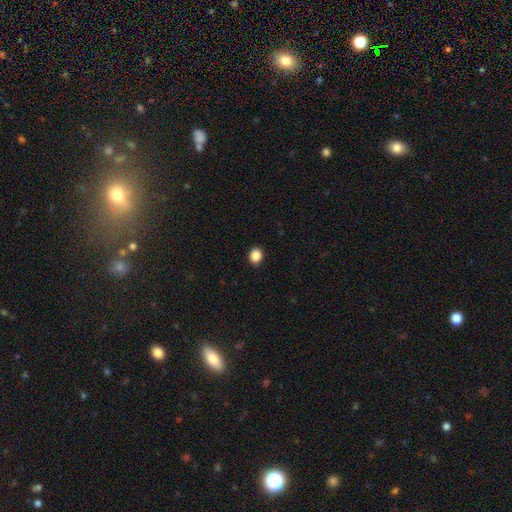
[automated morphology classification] smooth-or-featured: smooth: 87% | star or artifact: 10% | featured or disk: 3%
  how-rounded: round: 63% | in between: 36% | cigar-shaped: 1%
  merging: none: 91% | minor disturbance: 6% | major disturbance: 2% | merger: 1%